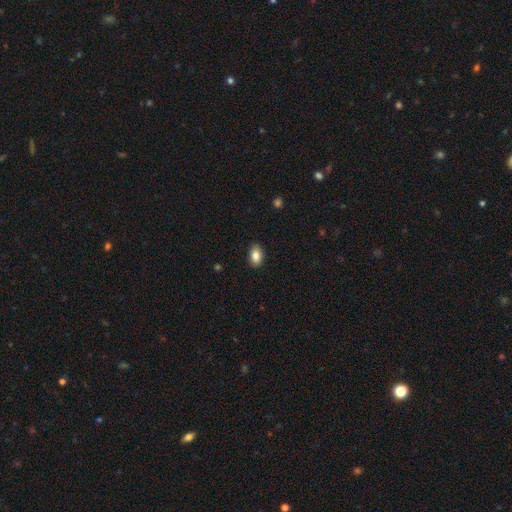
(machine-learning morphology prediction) Overall: smooth (87%). How rounded: in between (89%). Merging: none (88%).